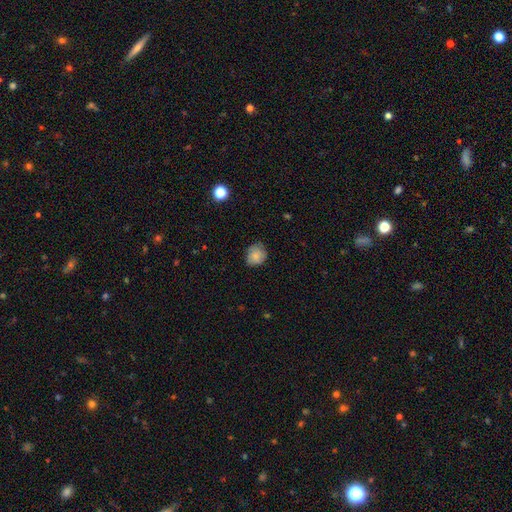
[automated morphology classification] Smooth or featured?
  - smooth: 76% *
  - featured or disk: 16%
  - star or artifact: 8%
How rounded?
  - round: 75% *
  - in between: 24%
  - cigar-shaped: 1%
Merging?
  - none: 71% *
  - minor disturbance: 23%
  - major disturbance: 5%
  - merger: 1%